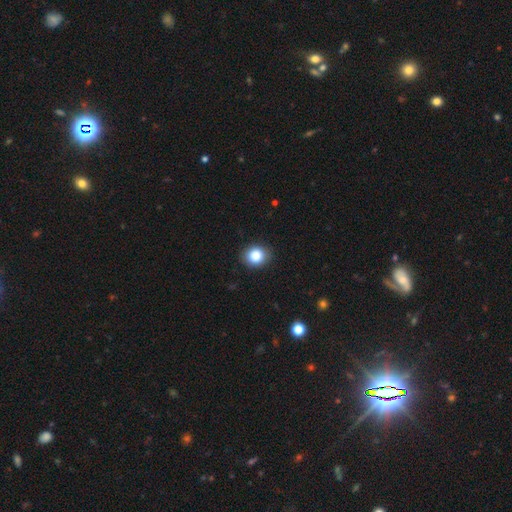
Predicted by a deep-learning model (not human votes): A smooth galaxy with no disk features (87%) that is round (72%). Merging: none (87%).